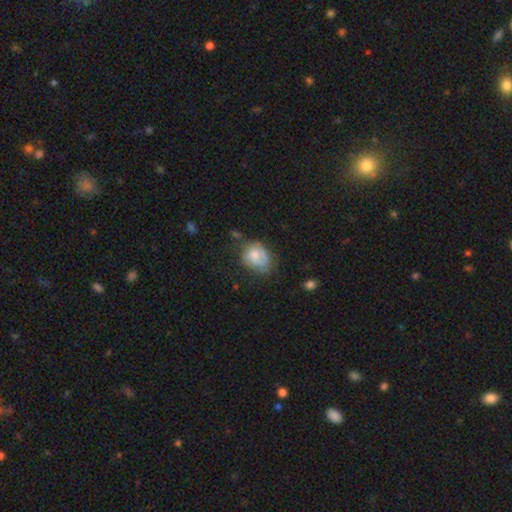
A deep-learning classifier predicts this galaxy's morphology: Smooth or featured: smooth — 64% (featured or disk — 28%)
How rounded: in between — 57% (round — 42%)
Merging: none — 44% (minor disturbance — 33%)